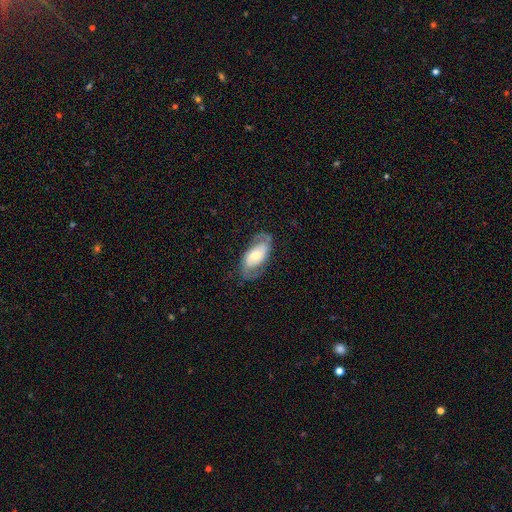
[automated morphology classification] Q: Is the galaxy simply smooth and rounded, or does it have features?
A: featured or disk — 63%.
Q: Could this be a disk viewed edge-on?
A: no — 93%.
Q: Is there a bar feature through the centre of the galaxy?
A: no — 60%.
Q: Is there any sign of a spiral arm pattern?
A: yes — 77%.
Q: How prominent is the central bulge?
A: moderate — 48%.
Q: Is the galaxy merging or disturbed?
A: none — 69%.